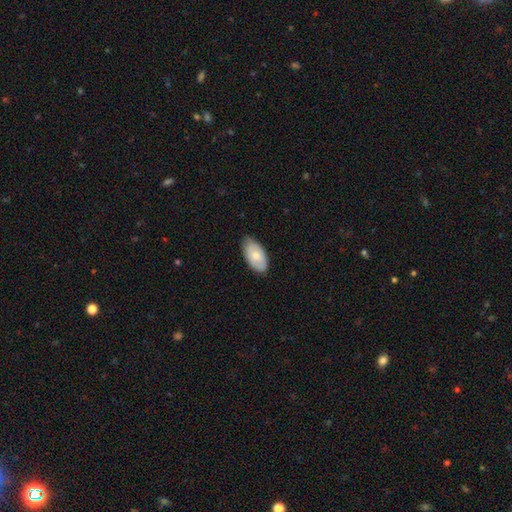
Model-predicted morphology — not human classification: The model was most divided on "smooth or featured": smooth: 73%, featured or disk: 22%, star or artifact: 6%. More confident: how rounded — in between (95%); merging — none (78%).